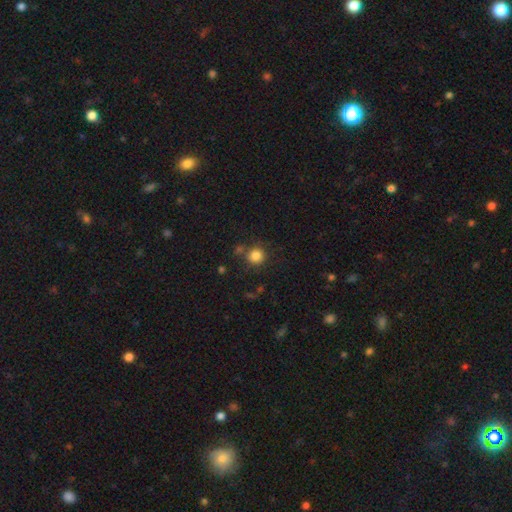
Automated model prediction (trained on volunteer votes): Smooth or featured? smooth (84%)
How rounded? round (92%)
Merging? none (78%)